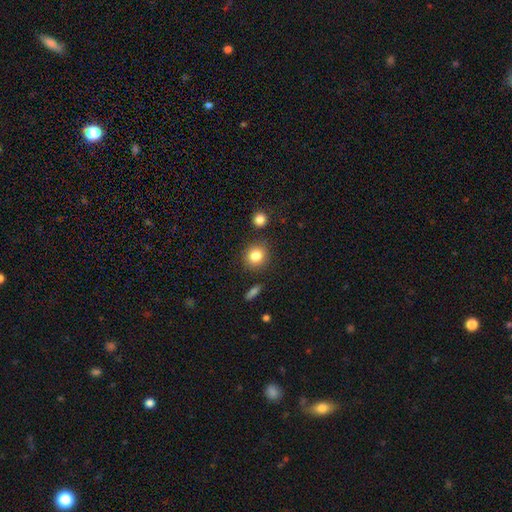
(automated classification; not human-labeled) A smooth galaxy with no disk features (84%) that is round (85%). Merging: none (85%).